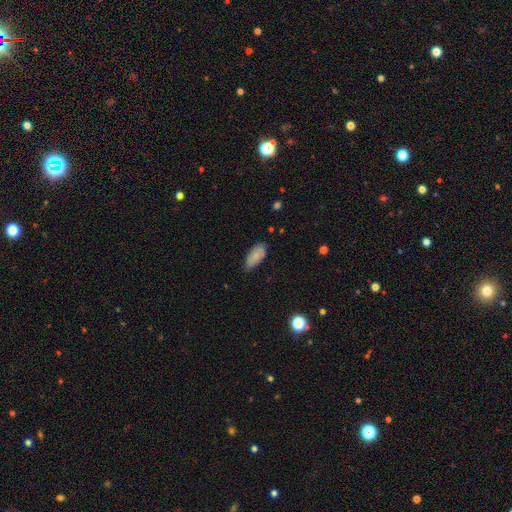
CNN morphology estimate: Q: Smooth or featured?
A: smooth (82%); runner-up: featured or disk (11%)
Q: How rounded?
A: in between (89%); runner-up: cigar-shaped (9%)
Q: Merging?
A: none (71%); runner-up: minor disturbance (24%)